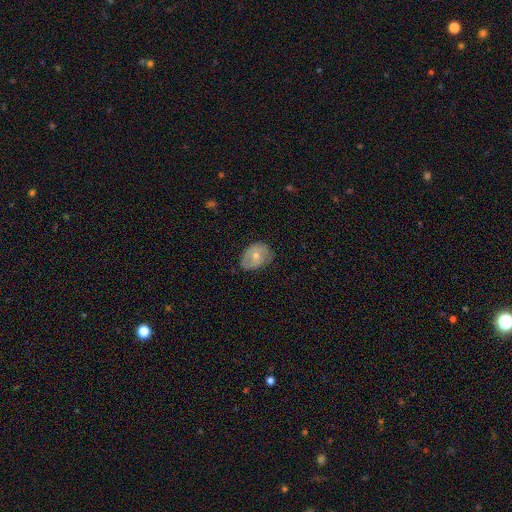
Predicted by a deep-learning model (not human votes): This is possibly a smooth galaxy (58%). How rounded: likely in between (71%). Merging: possibly none (60%).